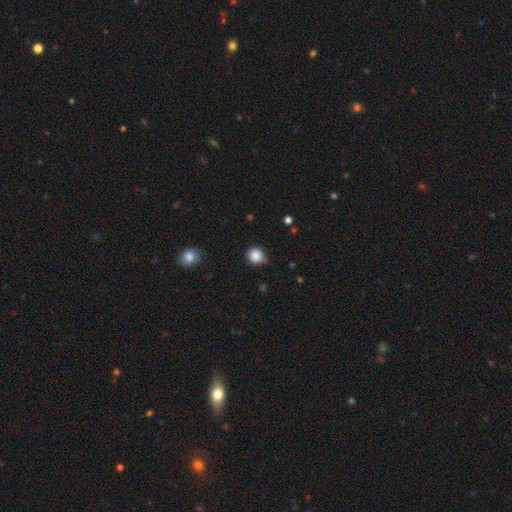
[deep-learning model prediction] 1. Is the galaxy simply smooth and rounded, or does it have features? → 87% smooth, 10% star or artifact, 3% featured or disk.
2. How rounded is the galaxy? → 89% round, 10% in between, 1% cigar-shaped.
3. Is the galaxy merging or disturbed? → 74% none, 20% minor disturbance, 4% major disturbance, 2% merger.